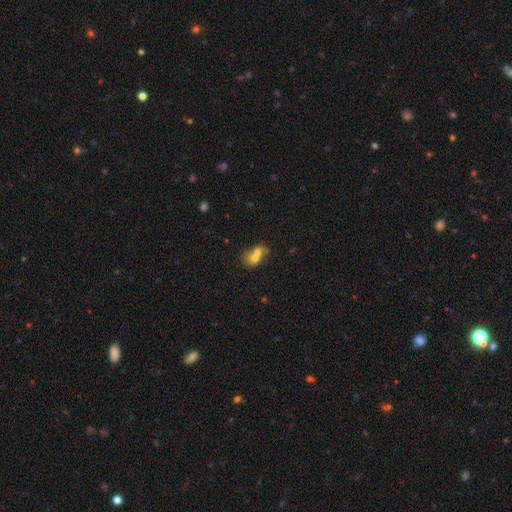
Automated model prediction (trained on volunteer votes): A smooth galaxy with no disk features (66%) that is round (52%). Merging: merger (68%).